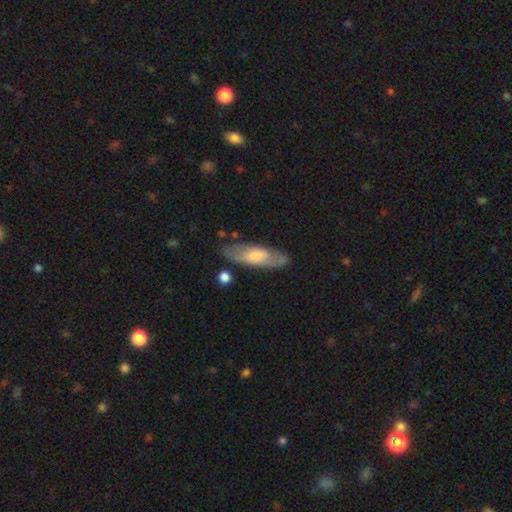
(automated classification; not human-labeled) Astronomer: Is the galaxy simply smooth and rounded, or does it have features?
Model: smooth — 49% (runner-up: featured or disk, 45%).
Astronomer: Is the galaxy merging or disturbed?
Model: none — 75%.